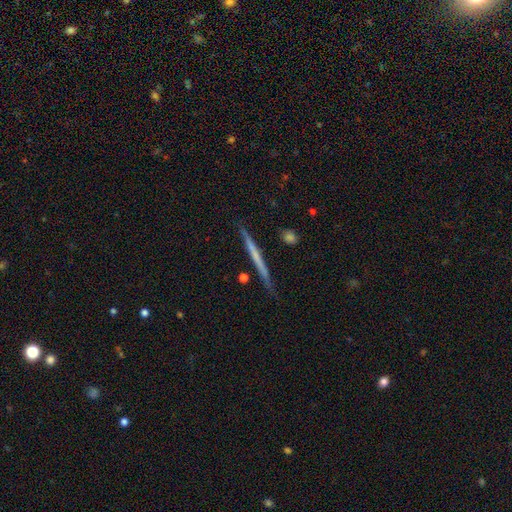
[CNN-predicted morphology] This is possibly a featured or disk galaxy (54%). It is clearly viewed edge-on (97%). Edge-on bulge: clearly none (88%). Merging: clearly none (87%).